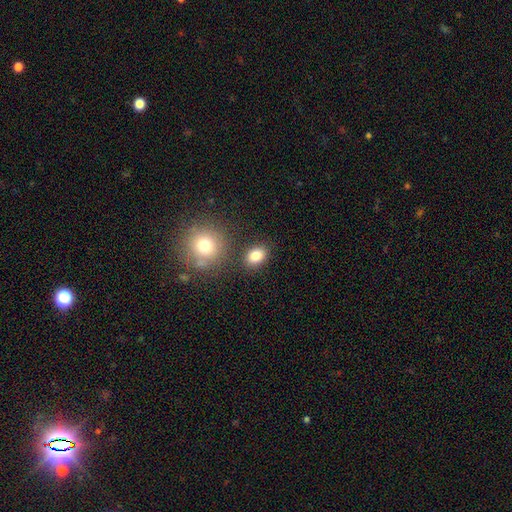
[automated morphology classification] Overall: smooth (83%). How rounded: in between (67%; round 32%). Merging: none (80%).